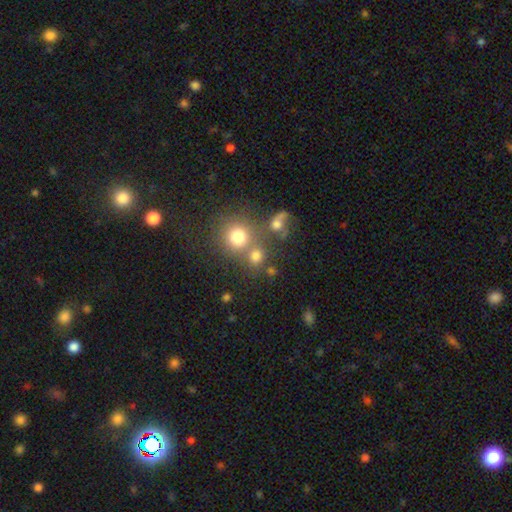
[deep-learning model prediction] This is likely a smooth galaxy (74%). How rounded: clearly round (81%). Merging: possibly none (49%).